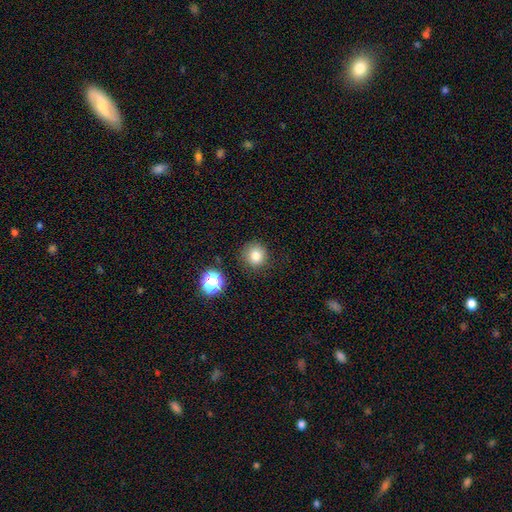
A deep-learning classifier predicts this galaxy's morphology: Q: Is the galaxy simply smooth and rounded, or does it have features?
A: smooth — 80%.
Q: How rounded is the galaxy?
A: round — 93%.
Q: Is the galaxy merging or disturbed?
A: none — 87%.